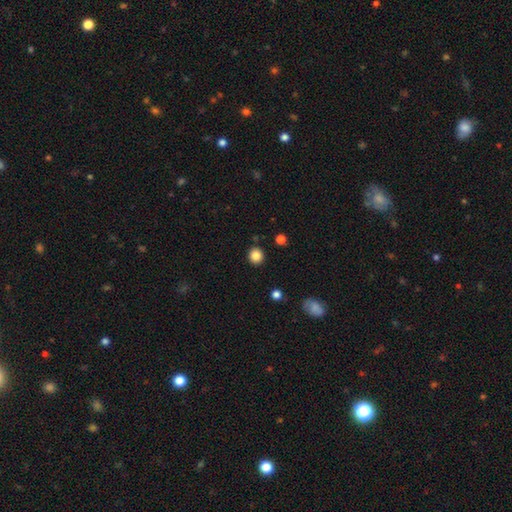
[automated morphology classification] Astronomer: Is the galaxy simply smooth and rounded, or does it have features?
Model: smooth — 85%.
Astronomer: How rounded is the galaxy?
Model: round — 91%.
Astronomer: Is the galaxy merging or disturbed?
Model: none — 90%.